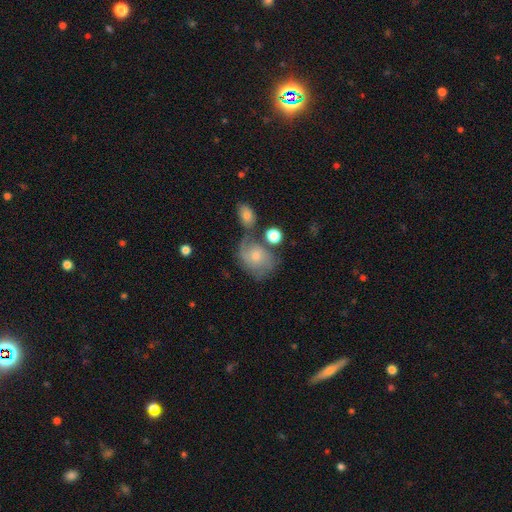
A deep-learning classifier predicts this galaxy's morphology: smooth-or-featured: featured or disk: 56% | smooth: 33% | star or artifact: 11%
  disk-edge-on: no: 97% | yes: 3%
    bar: no: 76% | weak: 21% | strong: 3%
    has-spiral-arms: yes: 83% | no: 17%
    bulge-size: small: 51% | moderate: 40% | none: 4% | large: 3% | dominant: 1%
  merging: none: 49% | minor disturbance: 22% | merger: 17% | major disturbance: 12%